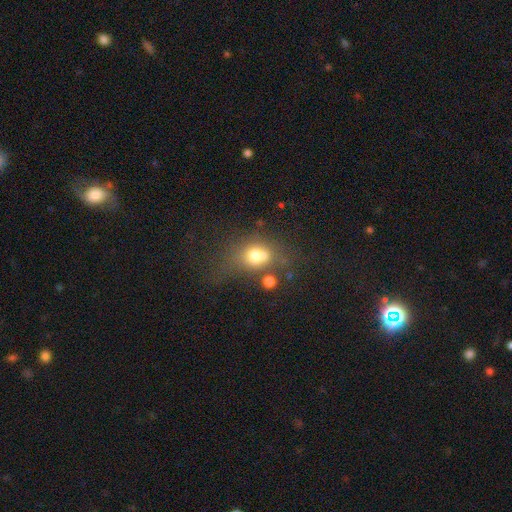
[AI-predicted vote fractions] Overall: smooth (67%). How rounded: round (49%, tied with in between). Merging: none (36%; merger 34%).